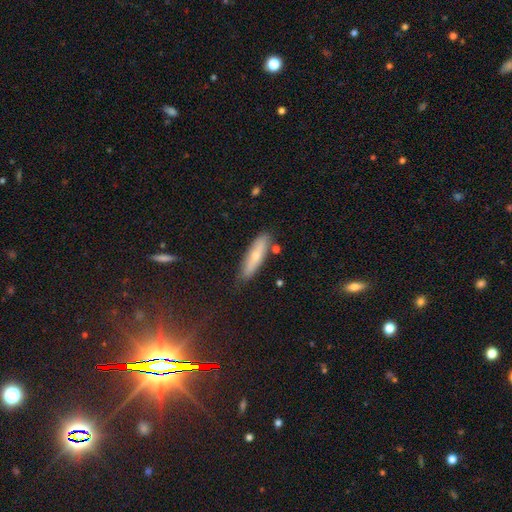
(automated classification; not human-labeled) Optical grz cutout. It shows a smooth galaxy with no disk features (61%) that is cigar-shaped (69%). Merging: none (78%).